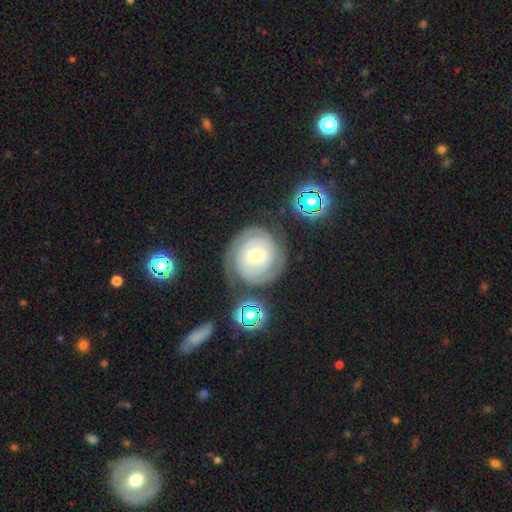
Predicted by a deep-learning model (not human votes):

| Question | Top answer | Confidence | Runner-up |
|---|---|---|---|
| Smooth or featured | featured or disk | 77% | smooth (17%) |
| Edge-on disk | no | 97% | yes (3%) |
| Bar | no | 67% | weak (25%) |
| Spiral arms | yes | 88% | no (12%) |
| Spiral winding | tight | 83% | medium (13%) |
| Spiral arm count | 2 | 48% | can't tell (30%) |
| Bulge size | small | 56% | moderate (37%) |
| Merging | none | 73% | minor disturbance (15%) |